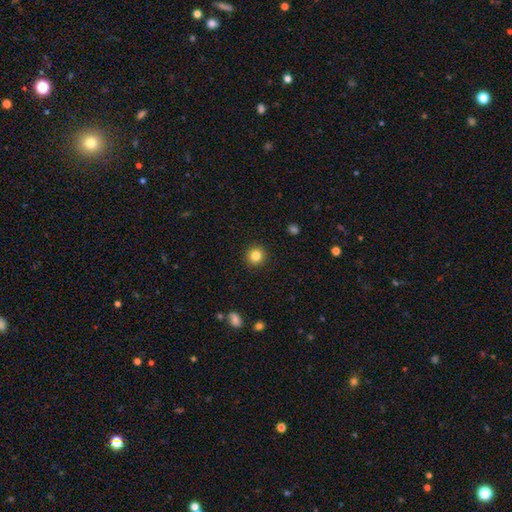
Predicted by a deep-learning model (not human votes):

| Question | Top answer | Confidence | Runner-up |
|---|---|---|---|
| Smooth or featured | smooth | 84% | star or artifact (11%) |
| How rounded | round | 93% | in between (6%) |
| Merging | none | 92% | minor disturbance (5%) |